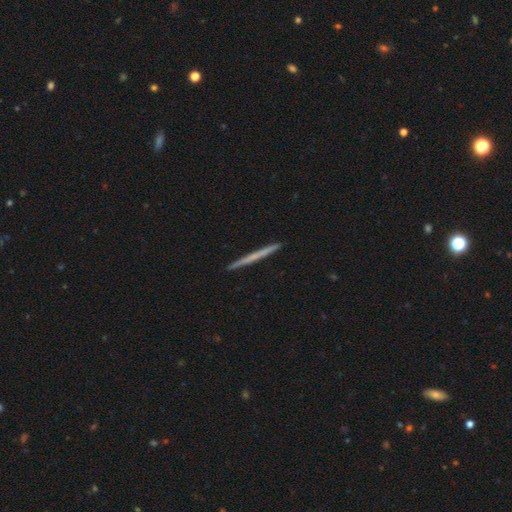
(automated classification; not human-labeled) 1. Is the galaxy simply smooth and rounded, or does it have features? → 50% featured or disk, 45% smooth, 5% star or artifact.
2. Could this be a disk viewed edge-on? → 98% yes, 2% no.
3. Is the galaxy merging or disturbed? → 94% none, 4% minor disturbance, 1% major disturbance, 1% merger.